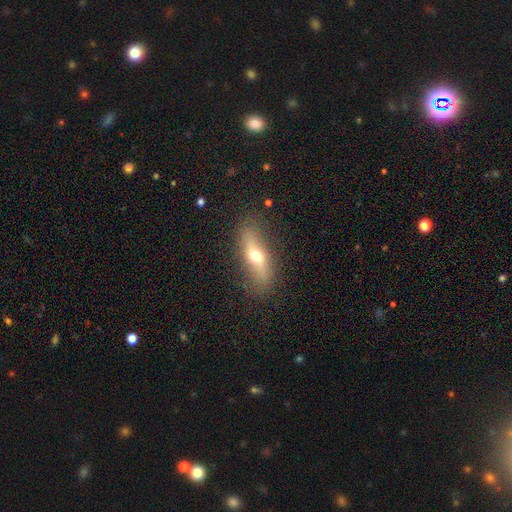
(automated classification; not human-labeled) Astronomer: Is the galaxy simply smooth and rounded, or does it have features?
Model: featured or disk — 49% (runner-up: smooth, 42%).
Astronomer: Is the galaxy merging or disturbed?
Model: none — 81%.